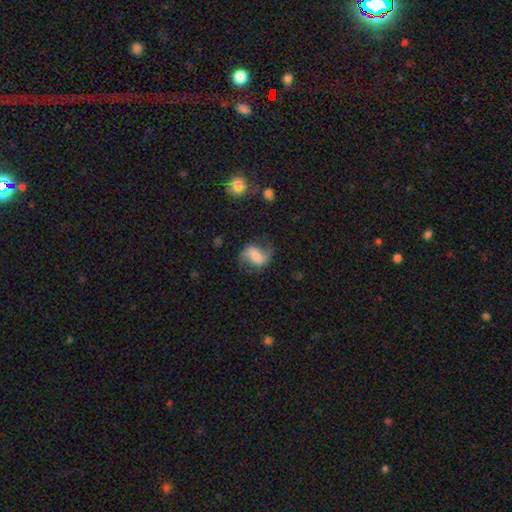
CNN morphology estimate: Q: Smooth or featured?
A: featured or disk (66%); runner-up: smooth (26%)
Q: Edge-on disk?
A: no (97%); runner-up: yes (3%)
Q: Bar?
A: weak (41%); runner-up: no (33%)
Q: Spiral arms?
A: yes (92%); runner-up: no (8%)
Q: Spiral winding?
A: loose (56%); runner-up: medium (35%)
Q: Spiral arm count?
A: 2 (90%); runner-up: can't tell (4%)
Q: Bulge size?
A: moderate (42%); runner-up: small (32%)
Q: Merging?
A: none (69%); runner-up: minor disturbance (18%)